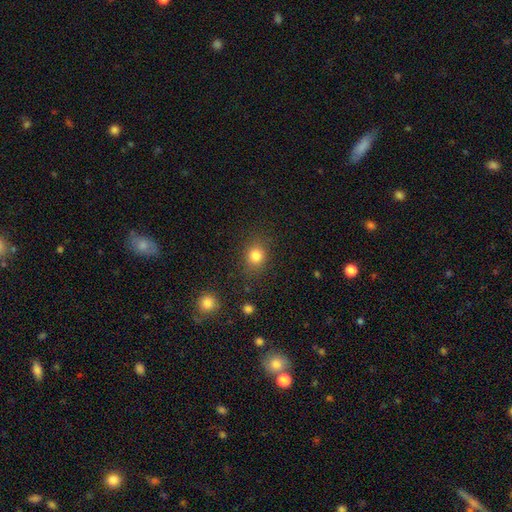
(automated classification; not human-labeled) Morphology: type=smooth (82%); roundness=round (74%); merging=none (84%).